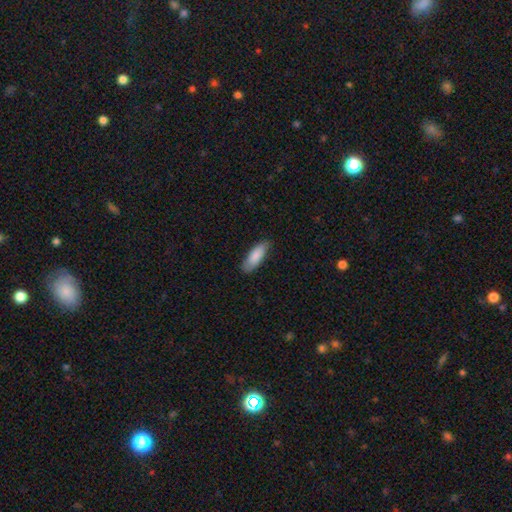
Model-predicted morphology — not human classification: A smooth galaxy with no disk features (86%) that is in between round and cigar-shaped (67%). Merging: none (81%).